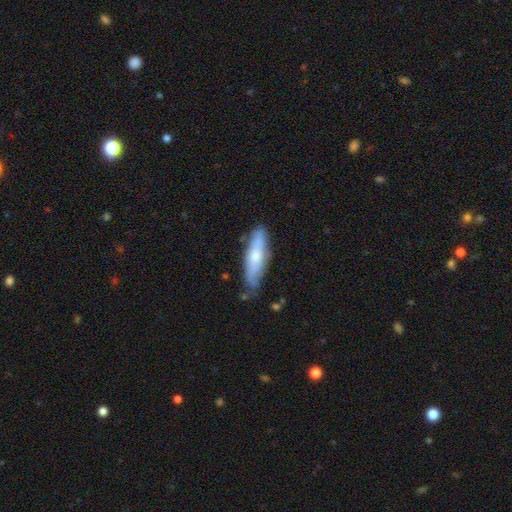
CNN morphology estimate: type=smooth (56%); roundness=cigar-shaped (57%); merging=none (70%).